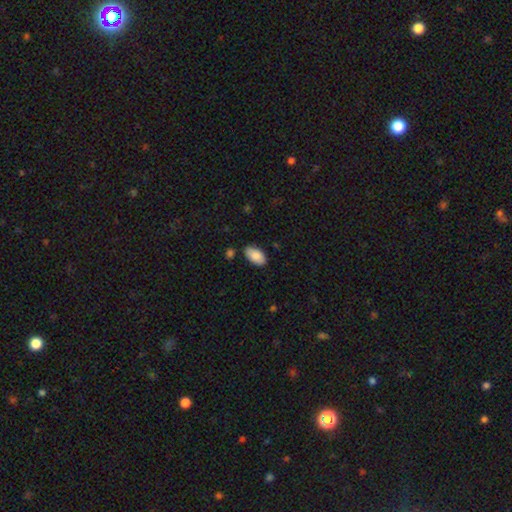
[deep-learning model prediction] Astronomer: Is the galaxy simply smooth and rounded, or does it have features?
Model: smooth — 87%.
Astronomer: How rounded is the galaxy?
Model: in between — 95%.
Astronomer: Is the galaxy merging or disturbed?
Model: none — 82%.